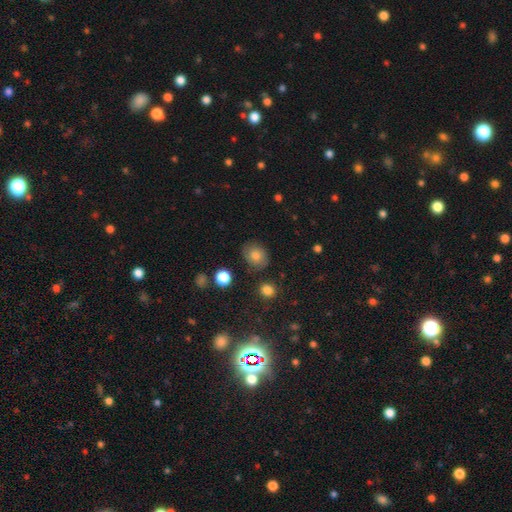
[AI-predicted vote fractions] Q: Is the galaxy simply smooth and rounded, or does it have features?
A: smooth — 74%.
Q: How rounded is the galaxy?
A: round — 60%.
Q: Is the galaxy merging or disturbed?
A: none — 77%.